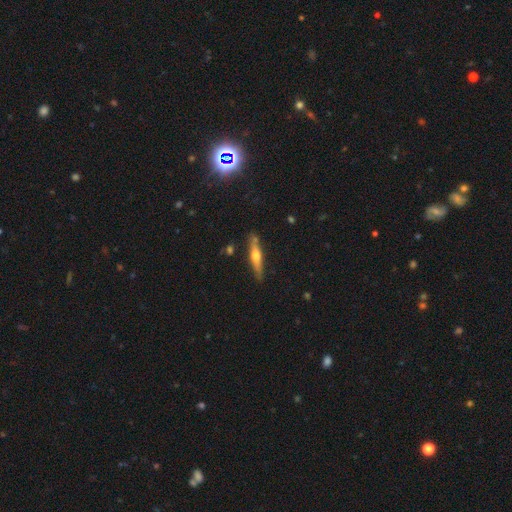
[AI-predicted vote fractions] smooth_or_featured: featured or disk (p=0.58) [alt: smooth p=0.36]
disk_edge_on: yes (p=0.95) [alt: no p=0.05]
edge_on_bulge: rounded (p=0.91) [alt: none p=0.05]
merging: none (p=0.84) [alt: minor disturbance p=0.11]